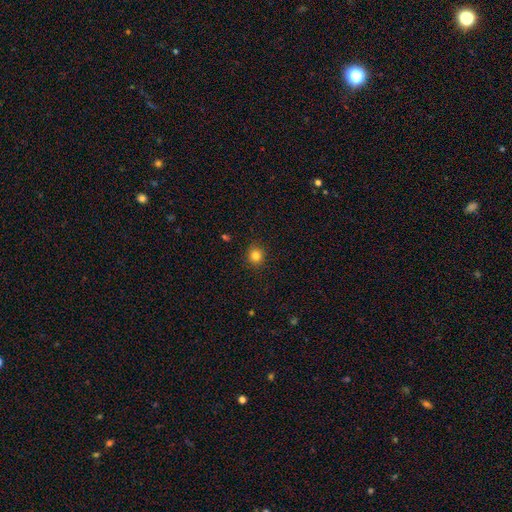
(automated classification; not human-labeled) Smooth or featured: smooth — 82% (star or artifact — 12%)
How rounded: round — 87% (in between — 12%)
Merging: none — 90% (minor disturbance — 7%)